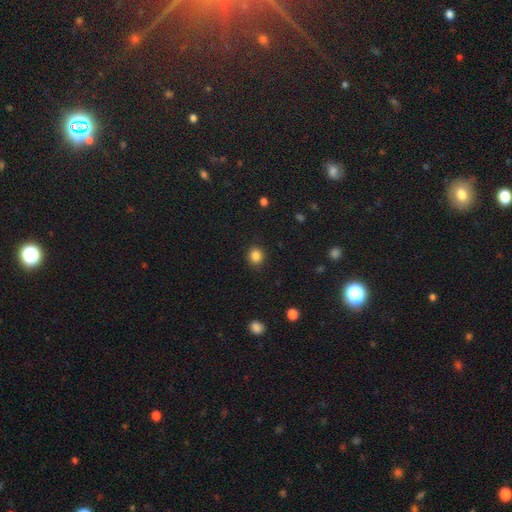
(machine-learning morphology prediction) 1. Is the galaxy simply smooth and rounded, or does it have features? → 86% smooth, 11% star or artifact, 3% featured or disk.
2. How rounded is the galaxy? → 79% round, 20% in between, 1% cigar-shaped.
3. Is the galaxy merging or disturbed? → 89% none, 8% minor disturbance, 2% major disturbance, 1% merger.